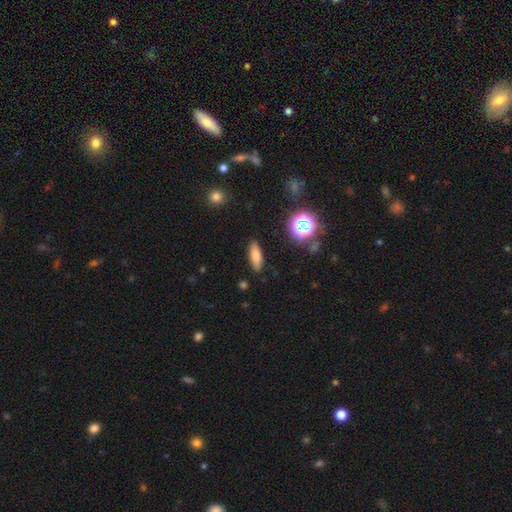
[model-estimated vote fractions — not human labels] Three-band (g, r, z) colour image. It shows a smooth galaxy with no disk features (76%) that is in between round and cigar-shaped (57%). Merging: none (87%).